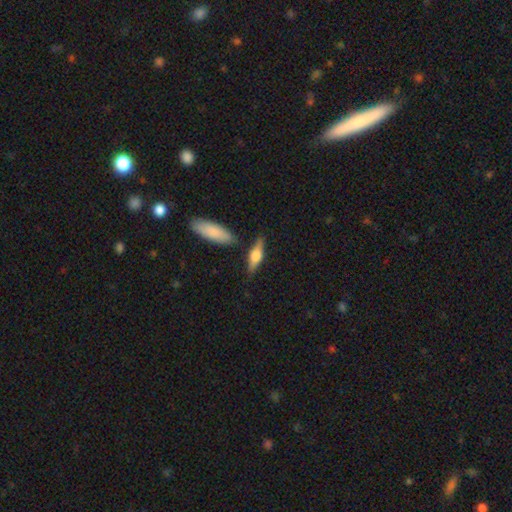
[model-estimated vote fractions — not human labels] This is possibly a smooth galaxy (50%). How rounded: possibly cigar-shaped (49%). Merging: likely none (77%).